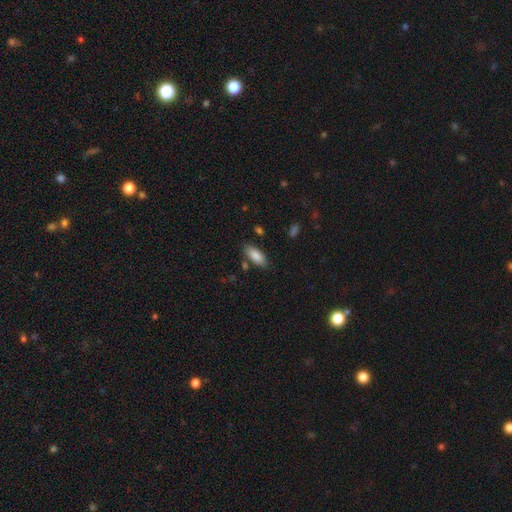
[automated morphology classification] smooth 86%, featured or disk 7%, star or artifact 7%. Down the decision tree: how rounded — in between (85%); merging — none (80%).